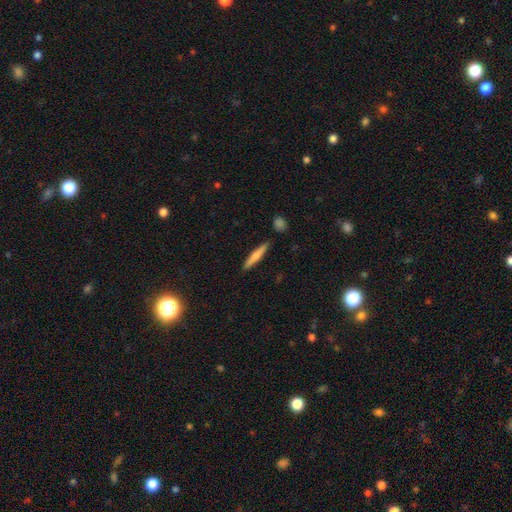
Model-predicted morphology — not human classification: Overall: smooth (65%; featured or disk 30%). How rounded: cigar-shaped (92%). Merging: none (88%).